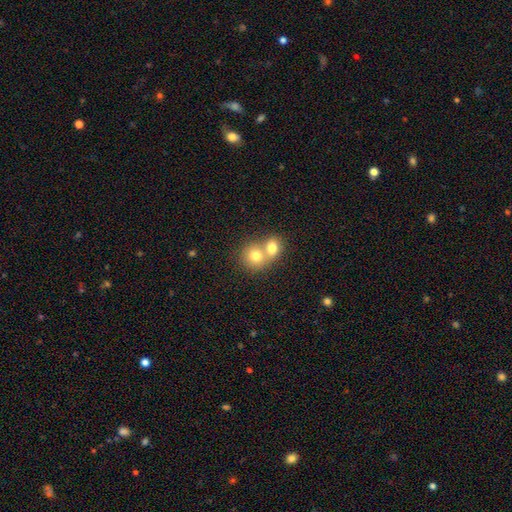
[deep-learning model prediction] Smooth or featured: smooth — 75% (featured or disk — 16%)
How rounded: round — 74% (in between — 25%)
Merging: merger — 64% (none — 29%)